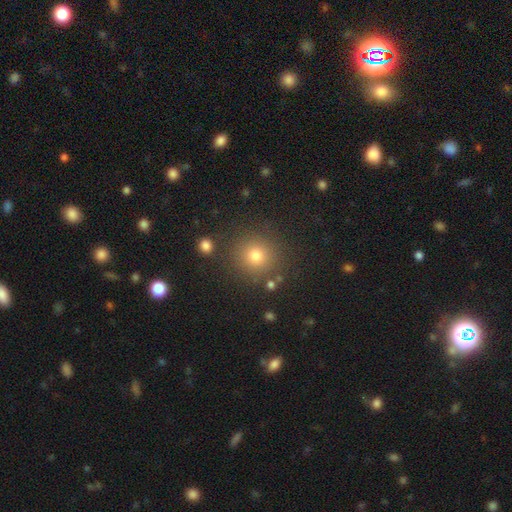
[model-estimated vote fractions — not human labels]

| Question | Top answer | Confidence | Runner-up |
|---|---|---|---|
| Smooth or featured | smooth | 77% | star or artifact (16%) |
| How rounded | round | 93% | in between (6%) |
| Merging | none | 86% | minor disturbance (7%) |